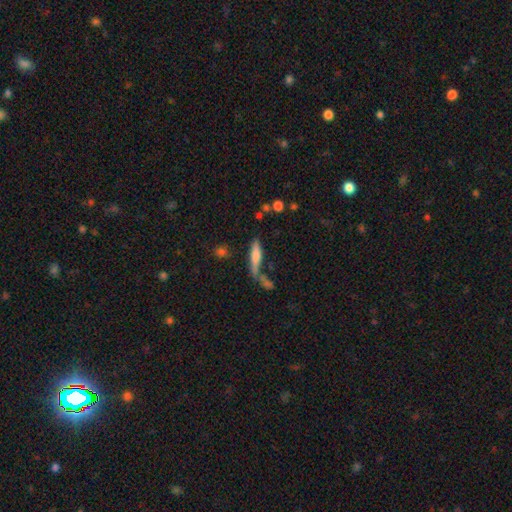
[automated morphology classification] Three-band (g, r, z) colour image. It shows a smooth galaxy with no disk features (57%) that is cigar-shaped (73%). Merging: none (50%).